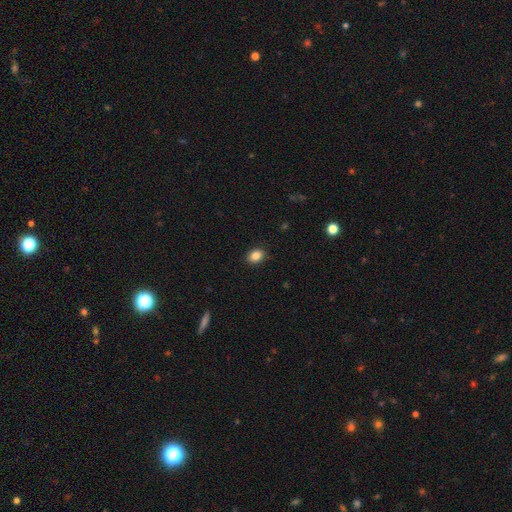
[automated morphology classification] Smooth or featured?
  - smooth: 86% *
  - star or artifact: 9%
  - featured or disk: 5%
How rounded?
  - in between: 63% *
  - round: 36%
  - cigar-shaped: 1%
Merging?
  - none: 88% *
  - minor disturbance: 9%
  - major disturbance: 2%
  - merger: 1%